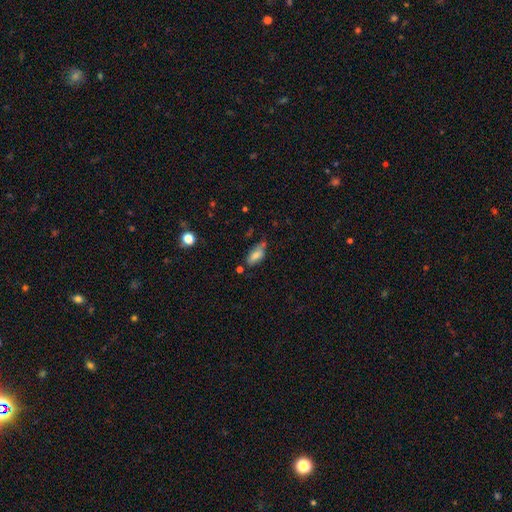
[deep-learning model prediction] Q: Smooth or featured?
A: smooth (74%); runner-up: featured or disk (18%)
Q: How rounded?
A: in between (81%); runner-up: cigar-shaped (16%)
Q: Merging?
A: none (55%); runner-up: minor disturbance (29%)